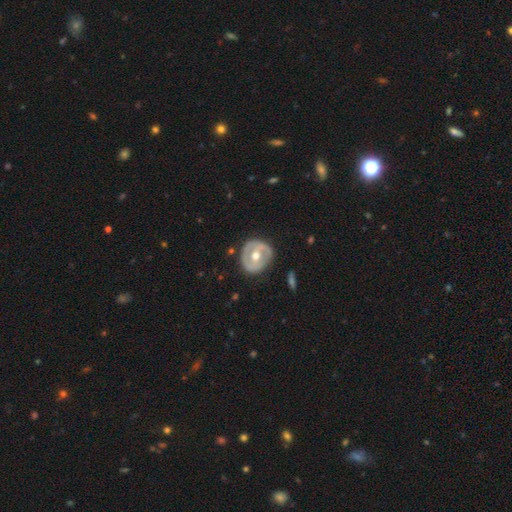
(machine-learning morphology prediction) Overall: featured or disk (64%; smooth 31%). Edge-on disk: no (95%). Bar: no (54%; weak 30%). Spiral arms: no (70%; yes 30%). Bulge size: moderate (79%). Merging: none (82%).